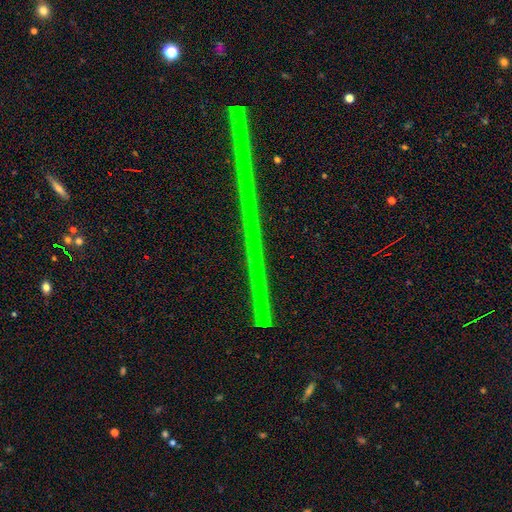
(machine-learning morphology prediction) Smooth or featured? Predicted: star or artifact (p=0.73).